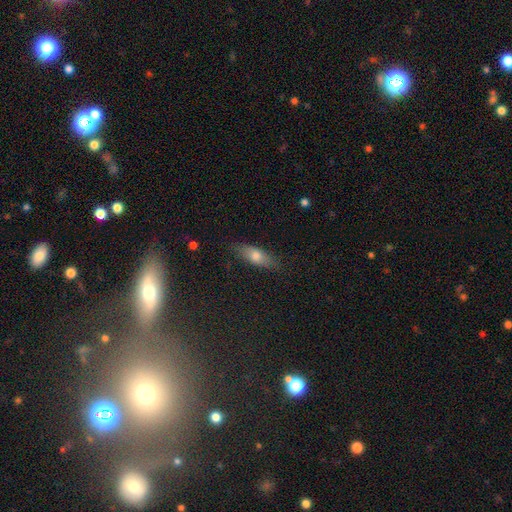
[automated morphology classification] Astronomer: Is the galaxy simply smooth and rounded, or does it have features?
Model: smooth — 66%.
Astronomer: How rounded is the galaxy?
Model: in between — 60% (runner-up: cigar-shaped, 36%).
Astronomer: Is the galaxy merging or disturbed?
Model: none — 83%.